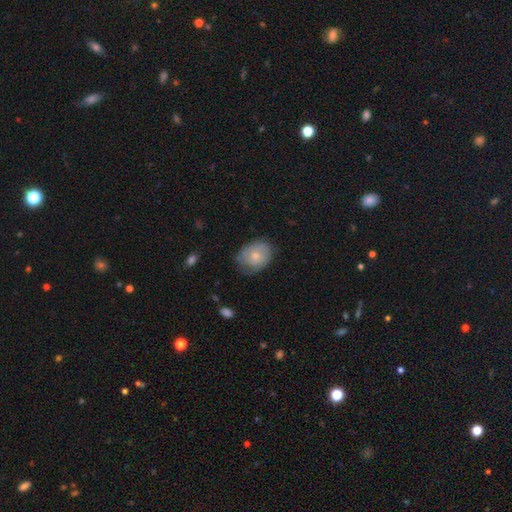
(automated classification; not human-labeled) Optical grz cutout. It shows a smooth galaxy with no disk features (61%) that is in between round and cigar-shaped (51%). Merging: none (61%).